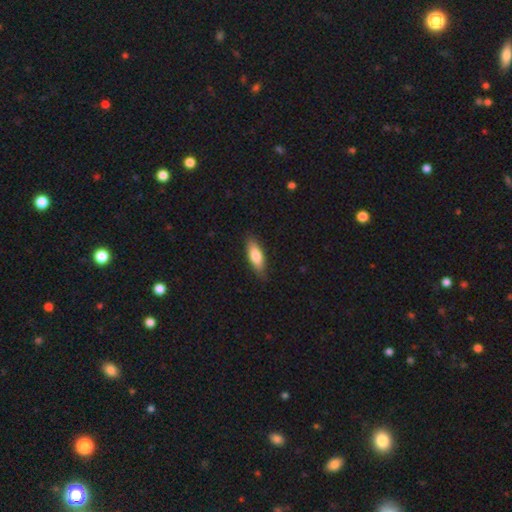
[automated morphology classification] The model was most divided on "how rounded": in between: 60%, cigar-shaped: 38%, round: 2%. More confident: merging — none (83%); smooth or featured — smooth (76%).